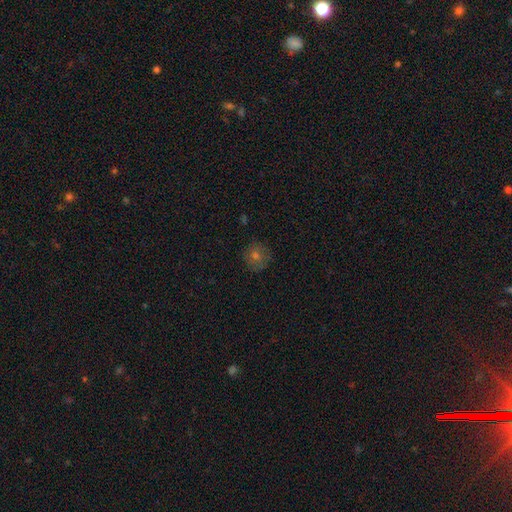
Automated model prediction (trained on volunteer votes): This appears to be a smooth galaxy with no disk features (63%) that is round (92%). Merging: none (85%).